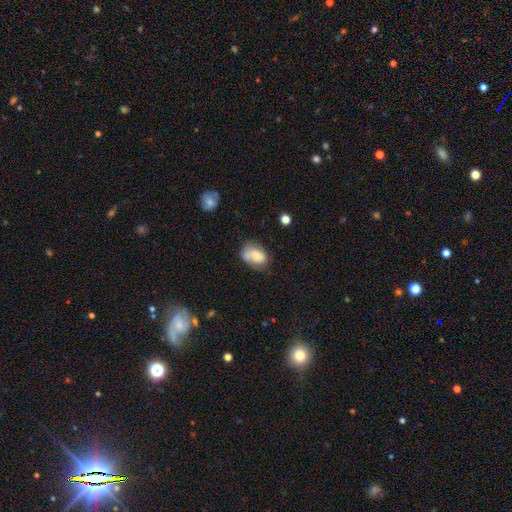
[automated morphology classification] Smooth or featured?
  - smooth: 71% *
  - featured or disk: 20%
  - star or artifact: 8%
How rounded?
  - in between: 82% *
  - round: 17%
  - cigar-shaped: 1%
Merging?
  - none: 48% *
  - minor disturbance: 31%
  - major disturbance: 11%
  - merger: 9%